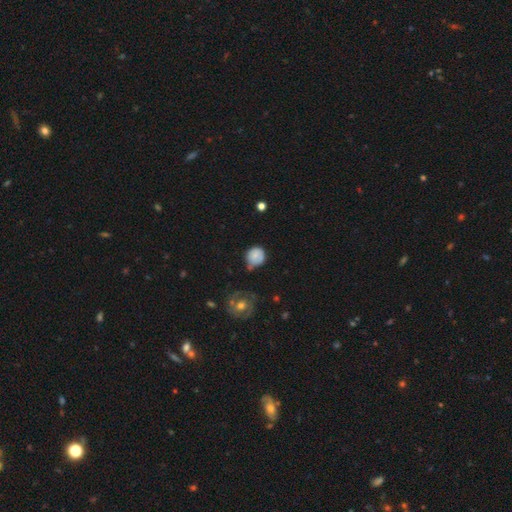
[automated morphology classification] Smooth or featured?
  - smooth: 72% *
  - featured or disk: 19%
  - star or artifact: 9%
How rounded?
  - round: 80% *
  - in between: 19%
  - cigar-shaped: 1%
Merging?
  - none: 53% *
  - minor disturbance: 32%
  - major disturbance: 10%
  - merger: 5%